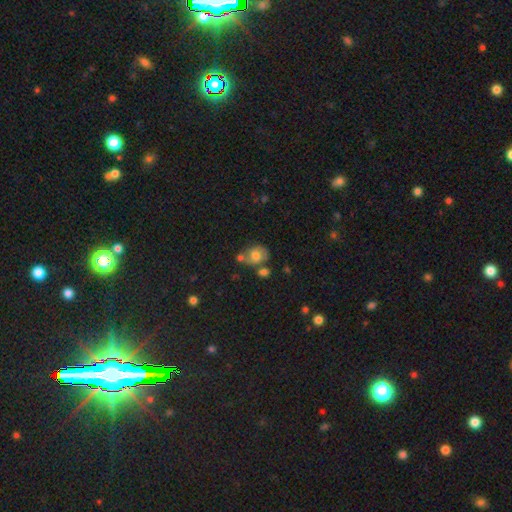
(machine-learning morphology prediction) Smooth or featured? Predicted: smooth (p=0.64). How rounded? Predicted: round (p=0.55). Merging? Predicted: none (p=0.47).